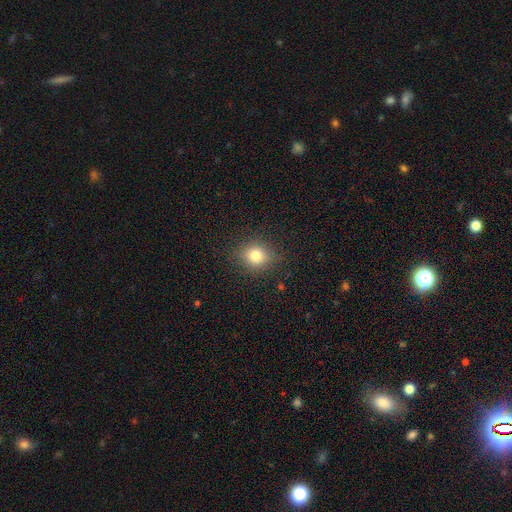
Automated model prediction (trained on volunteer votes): Smooth or featured? Predicted: smooth (p=0.80). How rounded? Predicted: round (p=0.76). Merging? Predicted: none (p=0.86).